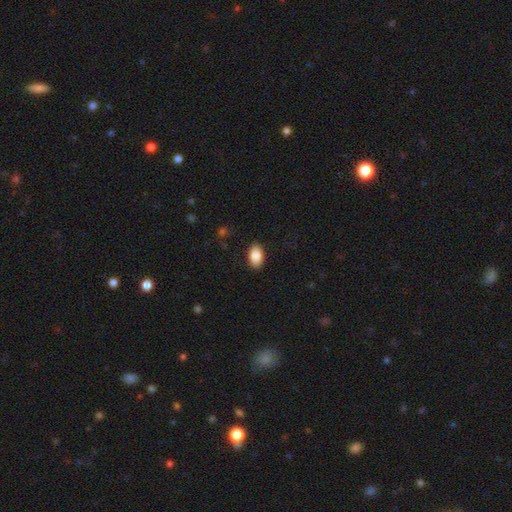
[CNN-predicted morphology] Overall: smooth (88%). How rounded: in between (92%). Merging: none (88%).